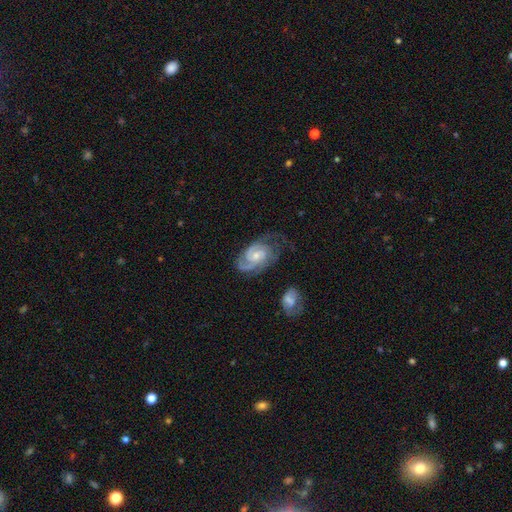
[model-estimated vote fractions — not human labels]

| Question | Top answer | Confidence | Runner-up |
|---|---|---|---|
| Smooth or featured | featured or disk | 86% | smooth (9%) |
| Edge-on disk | no | 97% | yes (3%) |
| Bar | no | 58% | weak (36%) |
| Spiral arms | yes | 97% | no (3%) |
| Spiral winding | tight | 52% | medium (39%) |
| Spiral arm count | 2 | 52% | 3 (22%) |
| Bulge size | small | 49% | moderate (44%) |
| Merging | none | 54% | minor disturbance (25%) |